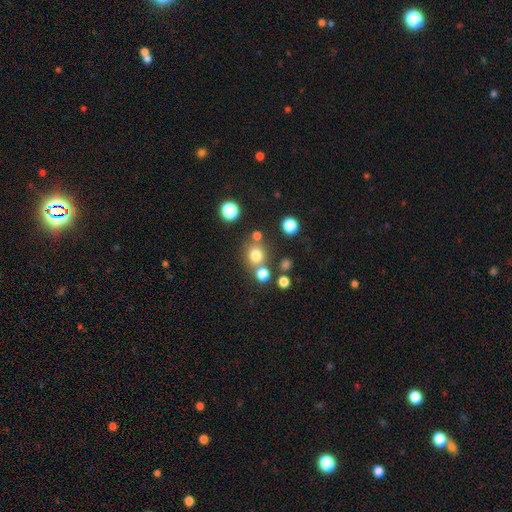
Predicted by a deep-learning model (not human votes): Smooth or featured: smooth — 75% (star or artifact — 16%)
How rounded: round — 86% (in between — 13%)
Merging: none — 70% (merger — 17%)